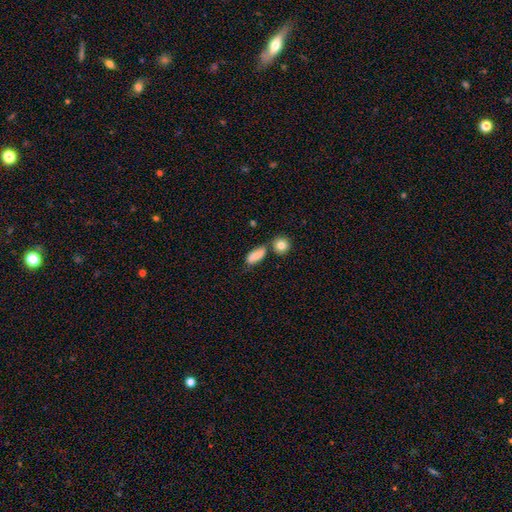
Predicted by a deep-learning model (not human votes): Morphology: type=smooth (85%); roundness=in between (78%); merging=none (60%).